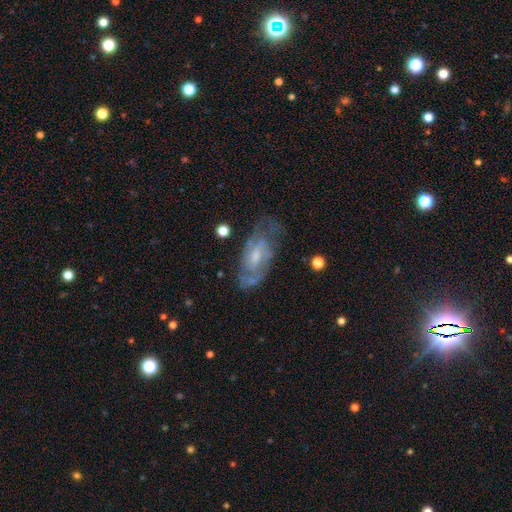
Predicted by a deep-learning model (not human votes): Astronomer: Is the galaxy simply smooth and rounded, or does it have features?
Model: featured or disk — 76%.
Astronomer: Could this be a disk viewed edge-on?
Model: no — 93%.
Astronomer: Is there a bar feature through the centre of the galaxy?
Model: weak — 47% (runner-up: no, 43%).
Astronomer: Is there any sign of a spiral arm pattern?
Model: yes — 84%.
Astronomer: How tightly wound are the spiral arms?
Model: medium — 43%, tied with tight at 43%.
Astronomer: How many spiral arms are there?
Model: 2 — 50% (runner-up: can't tell, 33%).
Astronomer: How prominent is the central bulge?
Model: small — 44% (runner-up: moderate, 41%).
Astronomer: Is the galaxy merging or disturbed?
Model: none — 63%.